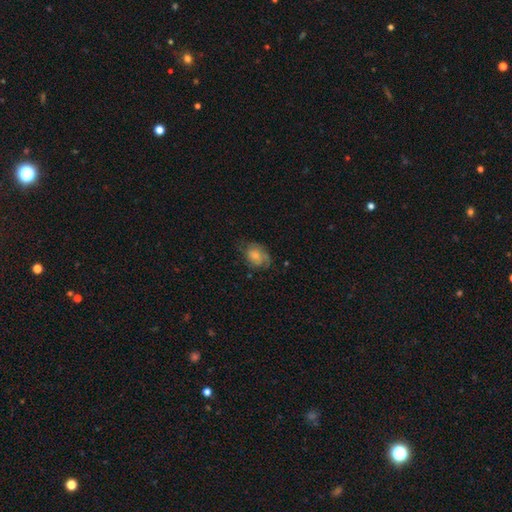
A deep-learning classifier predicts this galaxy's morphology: The model was most divided on "smooth or featured": smooth: 50%, featured or disk: 42%, star or artifact: 8%. More confident: merging — none (55%).